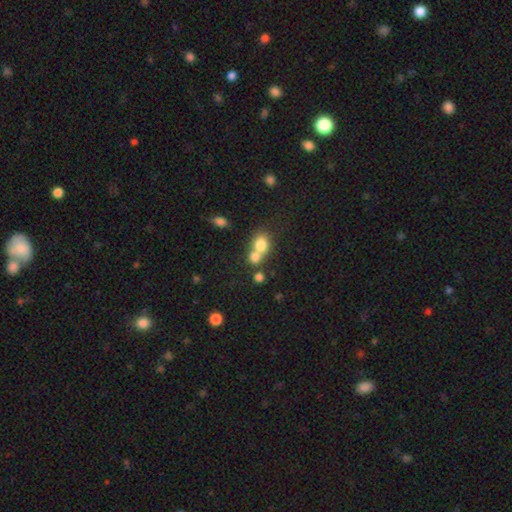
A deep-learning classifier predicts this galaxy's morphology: smooth-or-featured: smooth: 75% | featured or disk: 13% | star or artifact: 12%
  how-rounded: round: 65% | in between: 34% | cigar-shaped: 1%
  merging: merger: 60% | none: 30% | minor disturbance: 7% | major disturbance: 4%